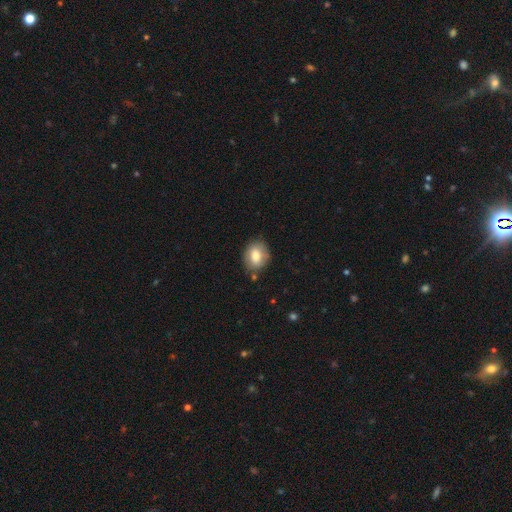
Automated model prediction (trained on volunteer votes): Overall: smooth (76%). How rounded: in between (66%; round 33%). Merging: none (77%).